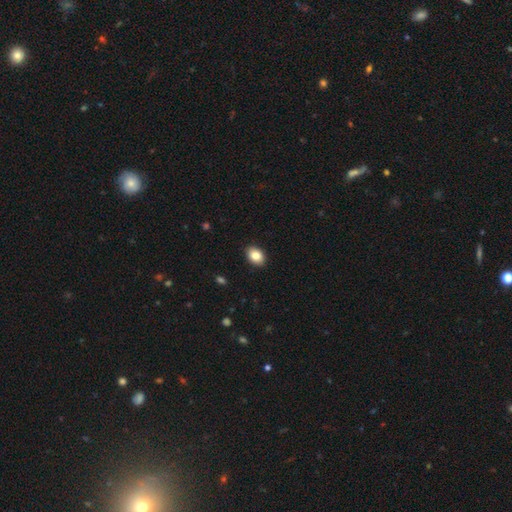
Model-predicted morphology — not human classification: Overall: smooth (84%). How rounded: in between (80%). Merging: none (90%).